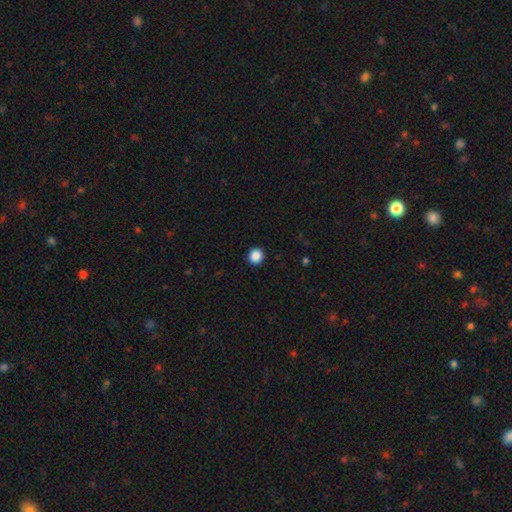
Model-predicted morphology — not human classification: smooth-or-featured: smooth: 88% | star or artifact: 10% | featured or disk: 3%
  how-rounded: round: 92% | in between: 7% | cigar-shaped: 1%
  merging: none: 93% | minor disturbance: 4% | major disturbance: 2% | merger: 1%